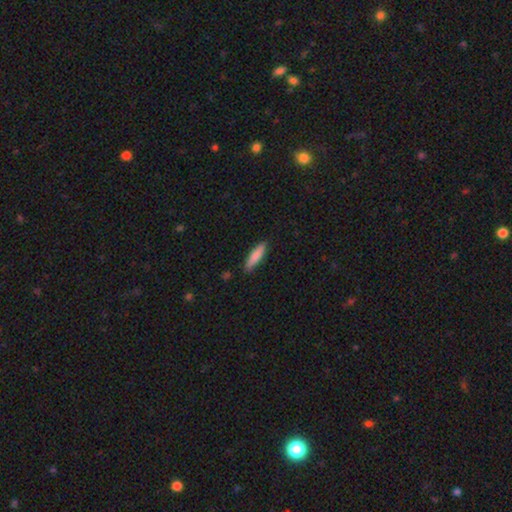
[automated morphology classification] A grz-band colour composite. It shows a smooth galaxy with no disk features (82%) that is cigar-shaped (76%). Merging: none (85%).